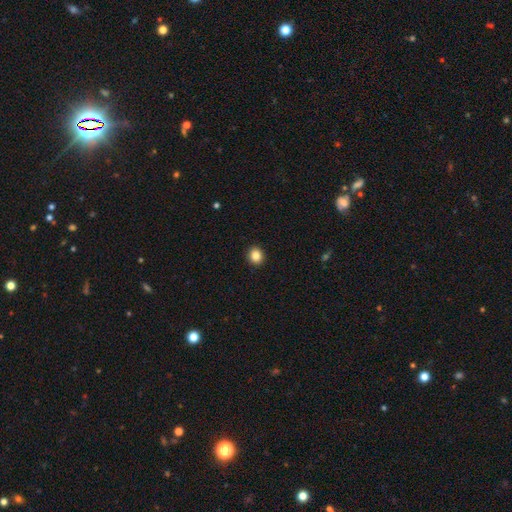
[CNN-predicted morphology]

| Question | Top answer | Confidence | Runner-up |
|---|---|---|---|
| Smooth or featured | smooth | 85% | star or artifact (10%) |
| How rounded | round | 81% | in between (18%) |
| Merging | none | 93% | minor disturbance (5%) |